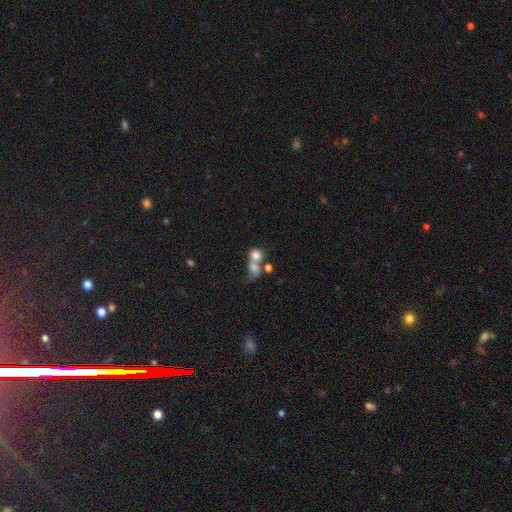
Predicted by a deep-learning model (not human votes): Smooth or featured? smooth (73%)
How rounded? round (70%)
Merging? merger (62%)